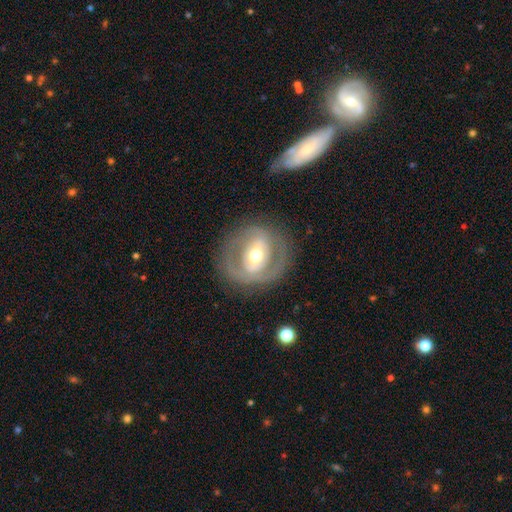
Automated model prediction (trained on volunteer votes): Morphology: type=featured or disk (70%); edge-on=no (95%); bar=weak (34%, tied with strong); spiral arms=no (58%); bulge=moderate (69%); merging=none (76%).